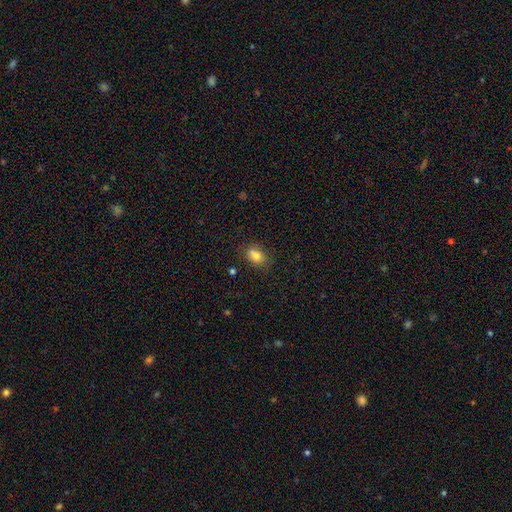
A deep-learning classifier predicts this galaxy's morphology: Smooth or featured? Predicted: smooth (p=0.80). How rounded? Predicted: in between (p=0.77). Merging? Predicted: none (p=0.71).